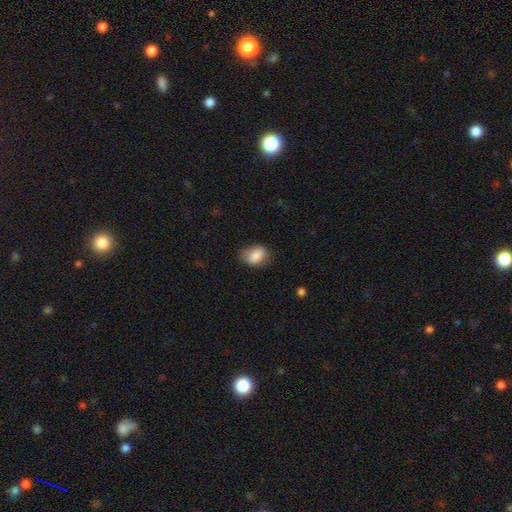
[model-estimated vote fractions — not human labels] This is clearly a smooth galaxy (81%). How rounded: likely in between (78%). Merging: likely none (72%).